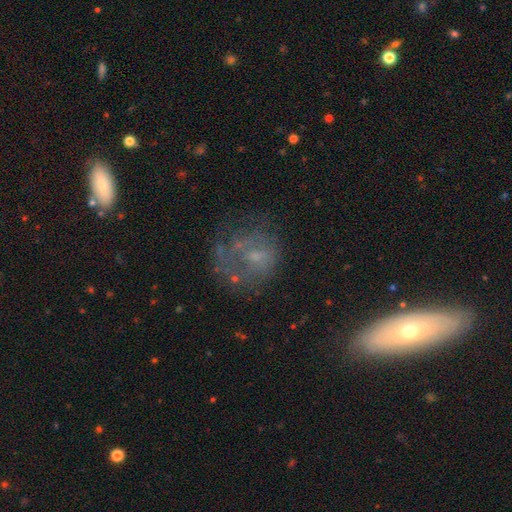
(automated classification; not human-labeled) Overall: featured or disk (44%; smooth 36%). Merging: none (42%; major disturbance 32%).